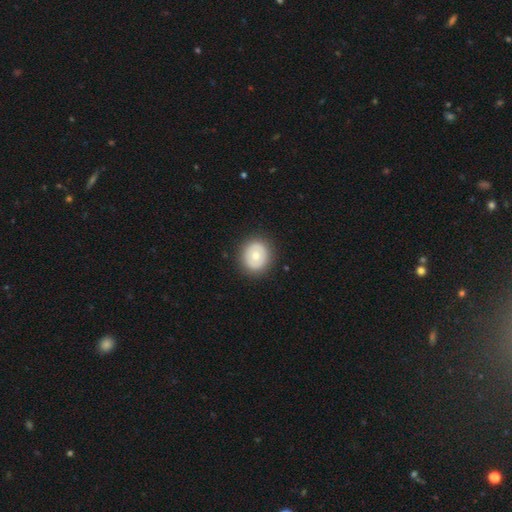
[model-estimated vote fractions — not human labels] A smooth galaxy with no disk features (62%) that is round (82%). Merging: none (88%).